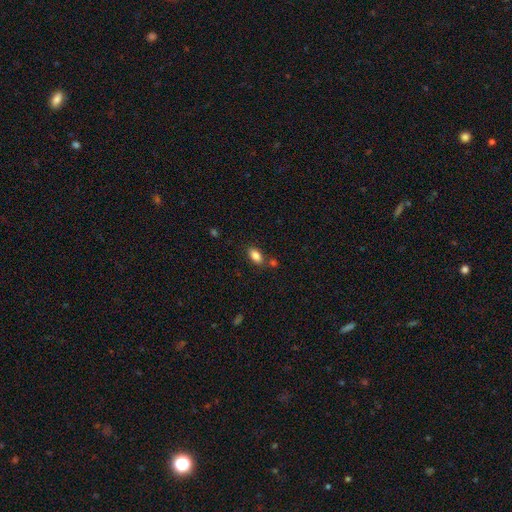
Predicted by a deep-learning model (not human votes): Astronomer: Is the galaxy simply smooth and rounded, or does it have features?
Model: smooth — 85%.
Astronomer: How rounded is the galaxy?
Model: in between — 91%.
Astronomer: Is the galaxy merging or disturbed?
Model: none — 72%.